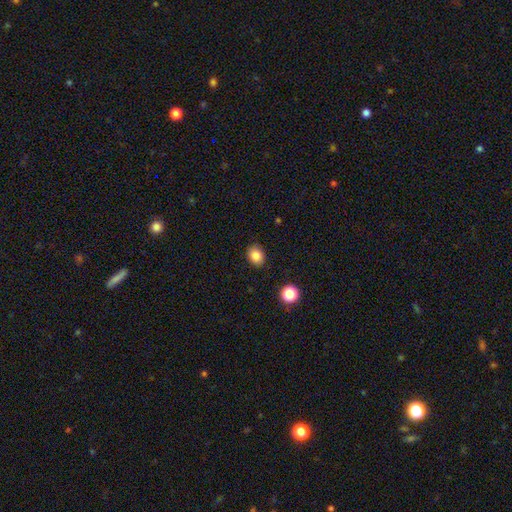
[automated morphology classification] Smooth or featured? smooth (84%)
How rounded? in between (53%)
Merging? none (88%)